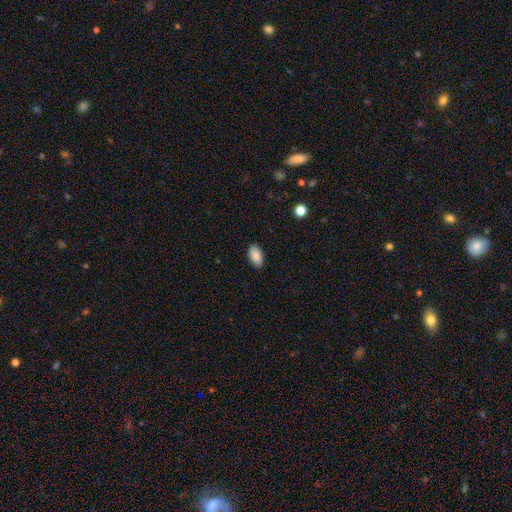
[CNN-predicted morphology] This appears to be a smooth galaxy with no disk features (88%) that is in between round and cigar-shaped (94%). Merging: none (88%).